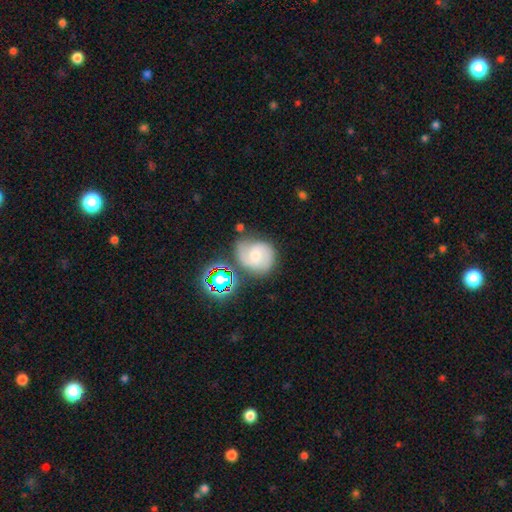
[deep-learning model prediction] This is likely a featured or disk galaxy (61%). It is clearly not viewed edge-on (97%). Bar: possibly no (50%). Spiral arm pattern: clearly yes (92%). Spiral arm count: likely 2 (80%). Spiral winding: possibly medium (50%). Central bulge: possibly small (47%). Merging: likely none (62%).